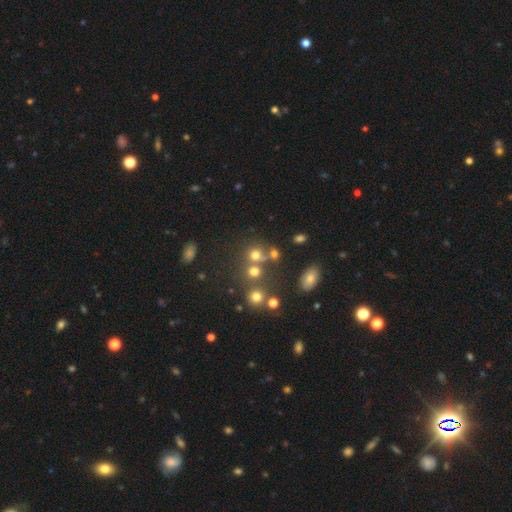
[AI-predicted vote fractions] The model was most divided on "merging": none: 53%, merger: 31%, minor disturbance: 10%, major disturbance: 6%. More confident: how rounded — round (82%); smooth or featured — smooth (66%).